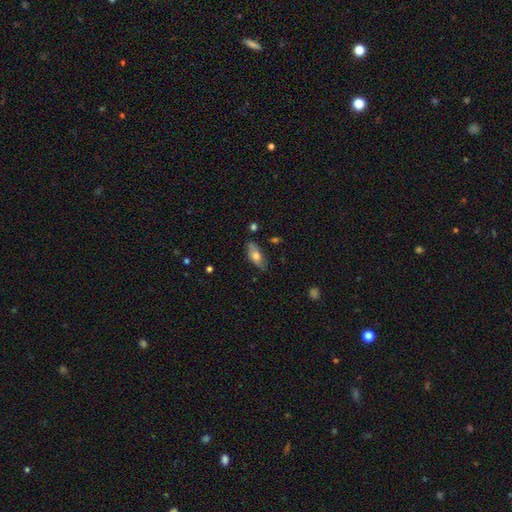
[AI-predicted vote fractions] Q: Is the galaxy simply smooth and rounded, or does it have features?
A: smooth — 68%.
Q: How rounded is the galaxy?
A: in between — 81%.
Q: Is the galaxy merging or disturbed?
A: none — 77%.